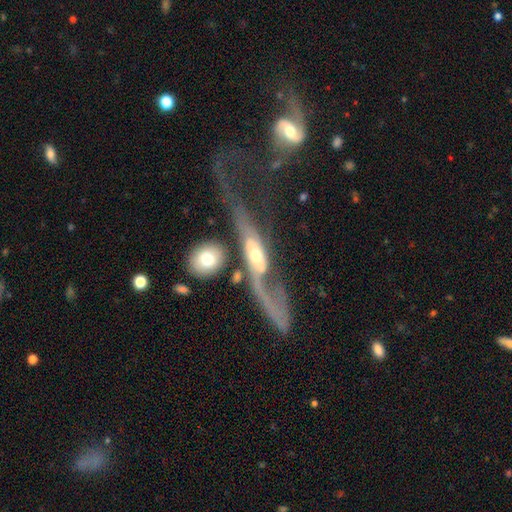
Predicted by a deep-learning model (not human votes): A featured or disk galaxy (76%) with no bar (64%), spiral arms (74%) and a small central bulge (45%).

Vote fractions:
- Smooth or featured? featured or disk: 76% / smooth: 16% / star or artifact: 8%
- Edge-on disk? no: 74% / yes: 26%
- Bar? no: 64% / weak: 24% / strong: 12%
- Spiral arms? yes: 74% / no: 26%
- Bulge size? small: 45% / moderate: 44% / large: 5% / none: 3% / dominant: 2%
- Merging? merger: 36% / major disturbance: 35% / none: 18% / minor disturbance: 11%